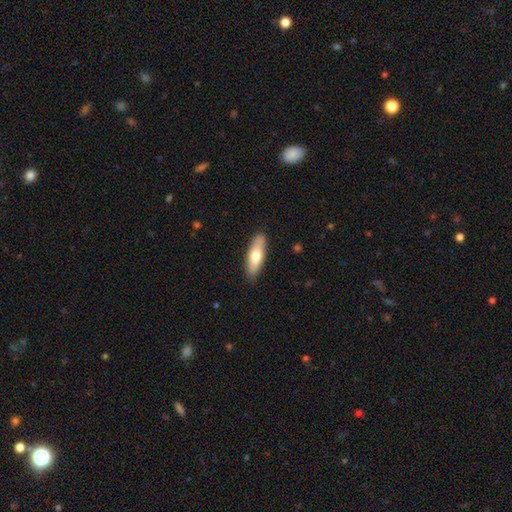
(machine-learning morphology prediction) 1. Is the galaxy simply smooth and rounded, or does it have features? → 67% smooth, 28% featured or disk, 5% star or artifact.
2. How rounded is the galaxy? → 49% in between, 48% cigar-shaped, 2% round.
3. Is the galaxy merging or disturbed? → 87% none, 10% minor disturbance, 2% major disturbance, 1% merger.